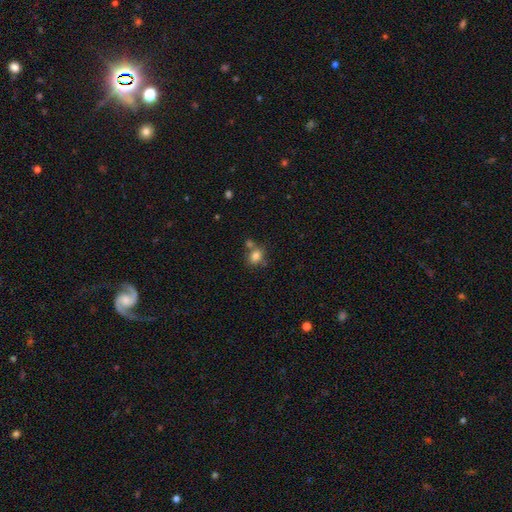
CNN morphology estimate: Smooth or featured: smooth — 81% (star or artifact — 11%)
How rounded: in between — 55% (round — 44%)
Merging: none — 55% (merger — 26%)